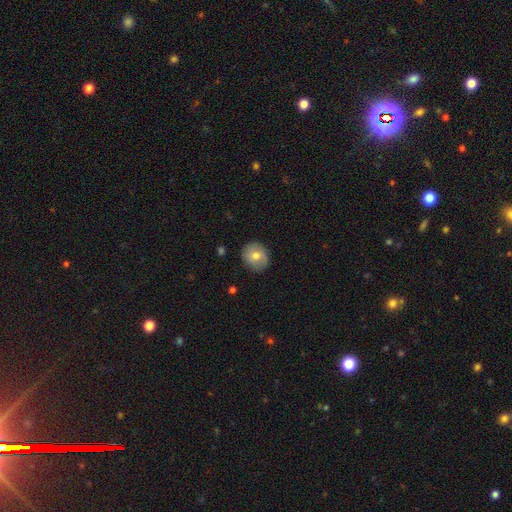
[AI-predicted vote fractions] Q: Smooth or featured?
A: smooth (72%); runner-up: featured or disk (20%)
Q: How rounded?
A: round (83%); runner-up: in between (16%)
Q: Merging?
A: none (86%); runner-up: minor disturbance (10%)